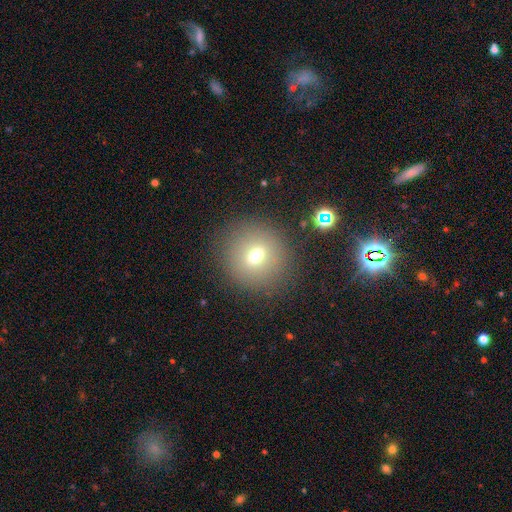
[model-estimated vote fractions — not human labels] Morphology: type=smooth (64%); roundness=round (88%); merging=none (86%).